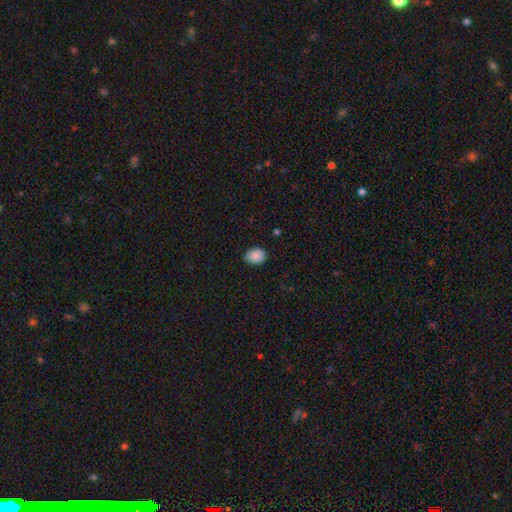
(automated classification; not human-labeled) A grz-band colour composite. It shows a smooth galaxy with no disk features (88%) that is in between round and cigar-shaped (59%). Merging: none (80%).